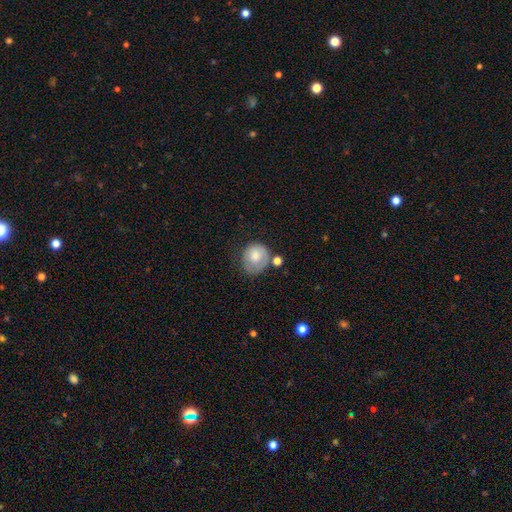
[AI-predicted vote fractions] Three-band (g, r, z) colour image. It shows a smooth galaxy with no disk features (71%) that is round (75%). Merging: none (49%).